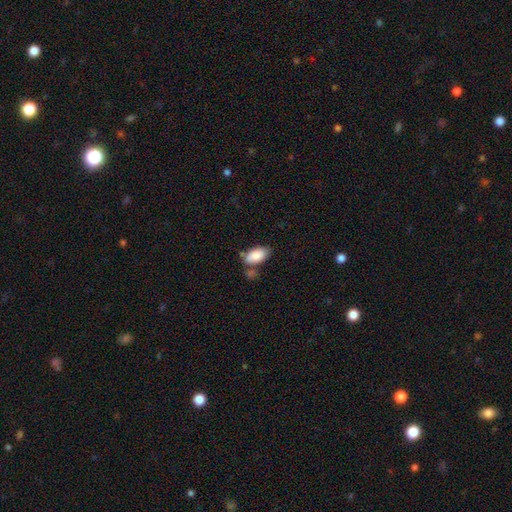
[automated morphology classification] type=smooth (87%); roundness=in between (94%); merging=none (60%).